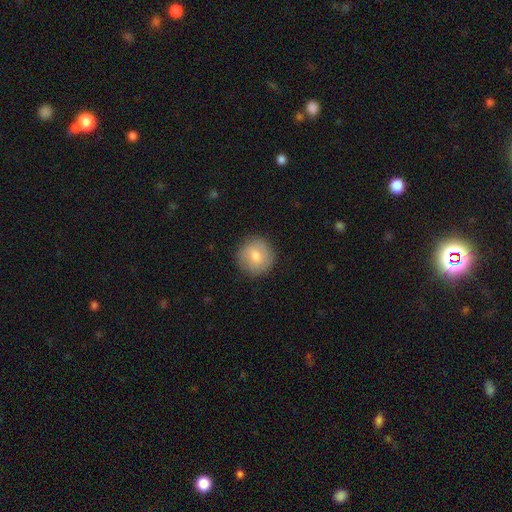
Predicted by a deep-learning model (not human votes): Smooth or featured: smooth — 74% (featured or disk — 18%)
How rounded: round — 94% (in between — 5%)
Merging: none — 88% (minor disturbance — 9%)